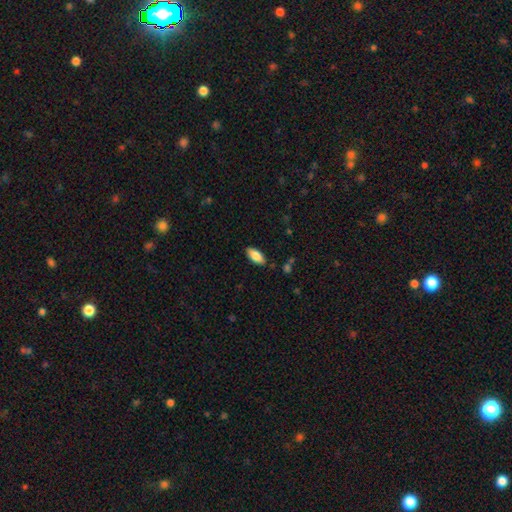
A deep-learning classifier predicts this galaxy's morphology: The model was most divided on "smooth or featured": smooth: 84%, featured or disk: 9%, star or artifact: 7%. More confident: how rounded — in between (88%); merging — none (86%).